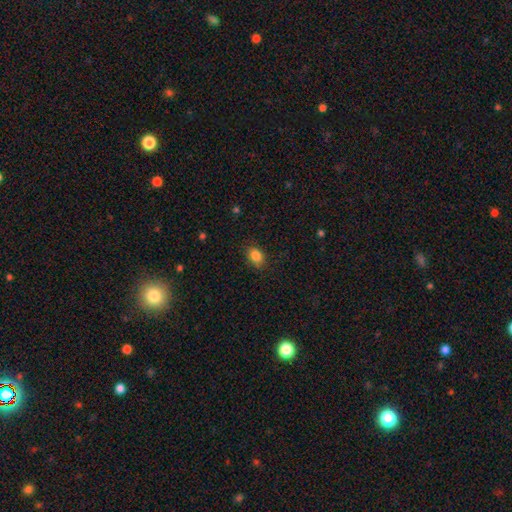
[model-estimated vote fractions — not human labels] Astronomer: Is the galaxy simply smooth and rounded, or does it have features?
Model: smooth — 85%.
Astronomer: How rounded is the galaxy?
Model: in between — 71%.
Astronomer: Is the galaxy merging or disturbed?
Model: none — 83%.